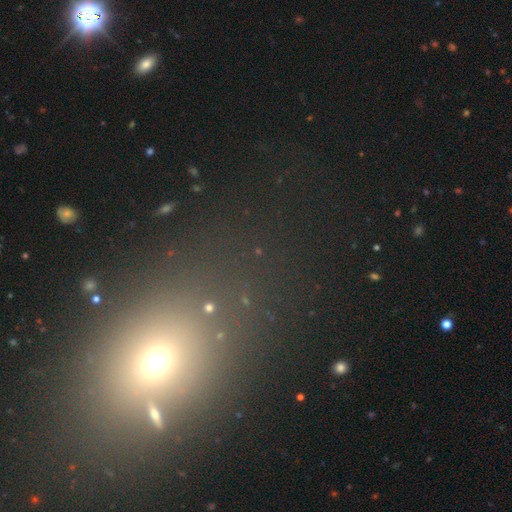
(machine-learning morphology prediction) type=smooth (47%); merging=none (78%).